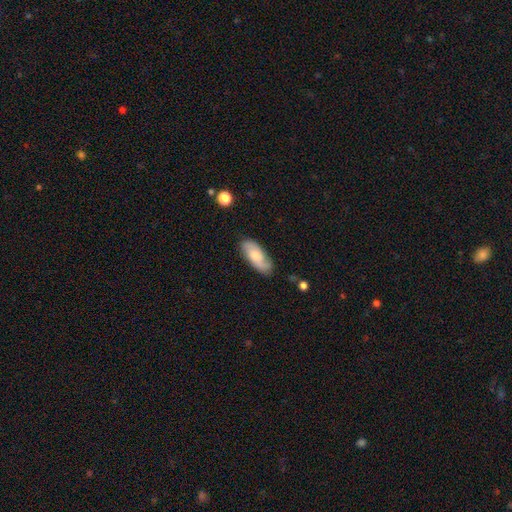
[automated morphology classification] smooth_or_featured: smooth (p=0.54) [alt: featured or disk p=0.40]
how_rounded: in between (p=0.85) [alt: cigar-shaped p=0.12]
merging: none (p=0.75) [alt: minor disturbance p=0.19]